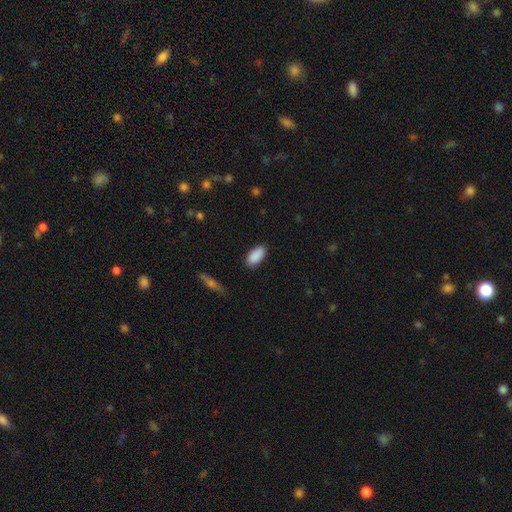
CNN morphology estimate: This is clearly a smooth galaxy (90%). How rounded: clearly in between (92%). Merging: clearly none (86%).